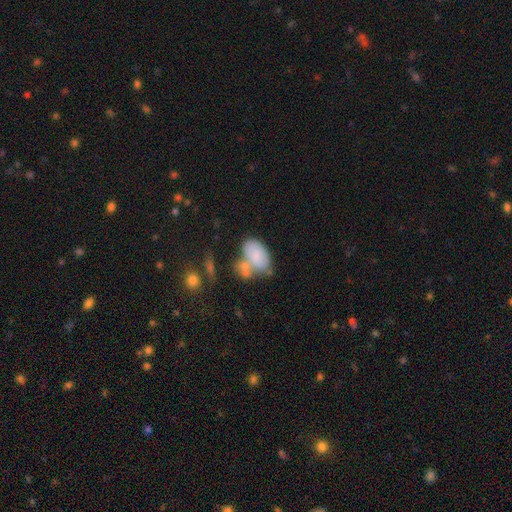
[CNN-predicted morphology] A smooth galaxy with no disk features (68%) that is in between round and cigar-shaped (89%). Merging: merger (39%).